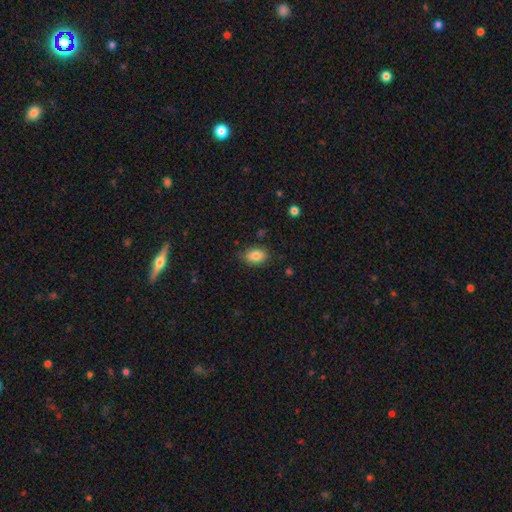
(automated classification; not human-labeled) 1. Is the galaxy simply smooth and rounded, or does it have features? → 84% smooth, 8% star or artifact, 8% featured or disk.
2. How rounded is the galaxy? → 83% in between, 16% round, 1% cigar-shaped.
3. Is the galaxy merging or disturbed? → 77% none, 18% minor disturbance, 3% major disturbance, 2% merger.